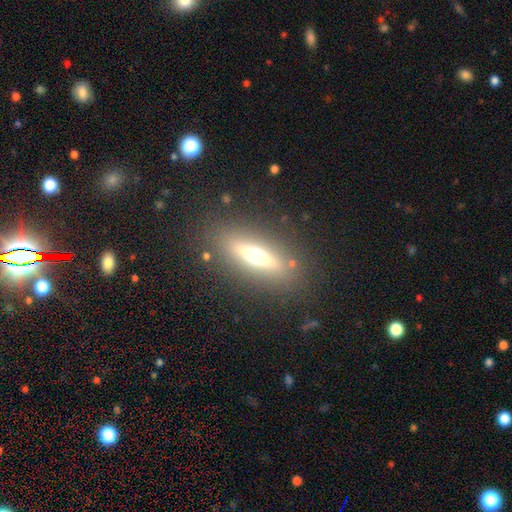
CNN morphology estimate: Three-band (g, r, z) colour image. It shows a featured or disk galaxy (55%) viewed edge-on (85%). Merging: none (84%).